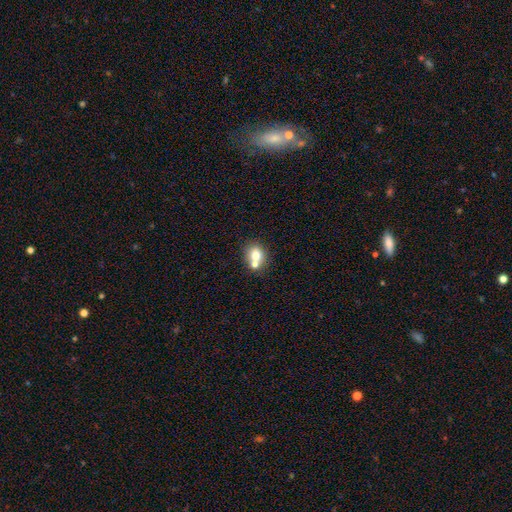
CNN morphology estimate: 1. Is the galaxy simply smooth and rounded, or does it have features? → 73% smooth, 16% featured or disk, 11% star or artifact.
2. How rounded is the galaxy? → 61% round, 38% in between, 1% cigar-shaped.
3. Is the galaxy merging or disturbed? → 45% merger, 42% none, 9% minor disturbance, 3% major disturbance.